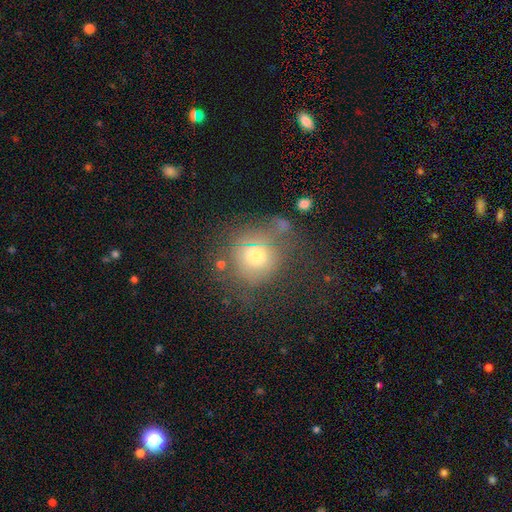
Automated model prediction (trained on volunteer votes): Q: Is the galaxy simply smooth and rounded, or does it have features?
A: smooth — 63%.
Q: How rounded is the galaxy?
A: round — 85%.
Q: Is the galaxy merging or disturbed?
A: none — 48%.